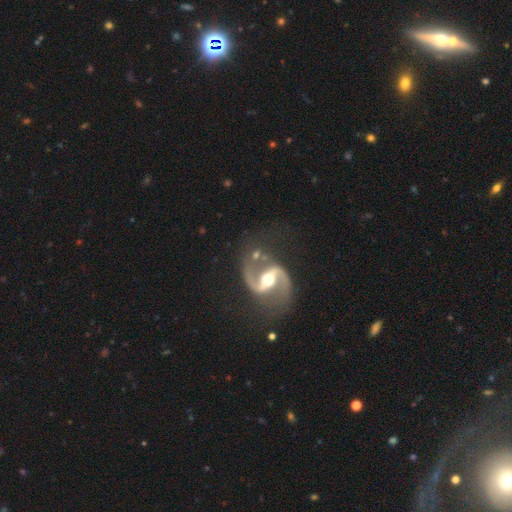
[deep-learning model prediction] Morphology: type=featured or disk (93%); edge-on=no (98%); bar=strong (45%); spiral arms=yes (98%); winding=medium (51%); arm count=2 (95%); bulge=moderate (69%); merging=none (71%).